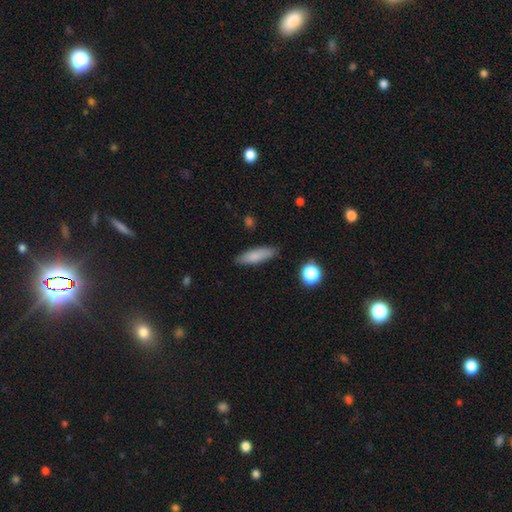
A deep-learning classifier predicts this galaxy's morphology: Overall: smooth (81%). How rounded: cigar-shaped (54%; in between 43%). Merging: none (85%).